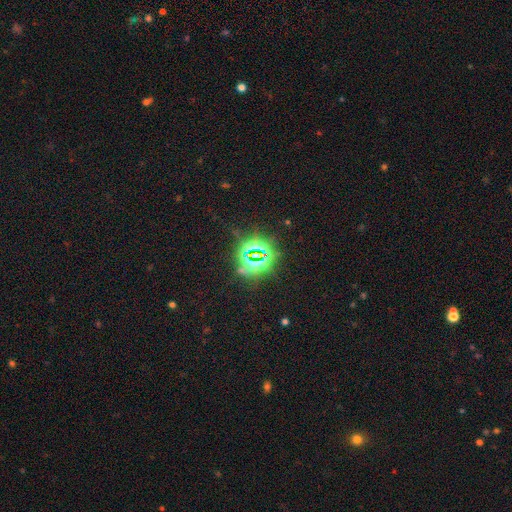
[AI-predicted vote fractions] The model was most divided on "smooth or featured": star or artifact: 79%, smooth: 12%, featured or disk: 9%.